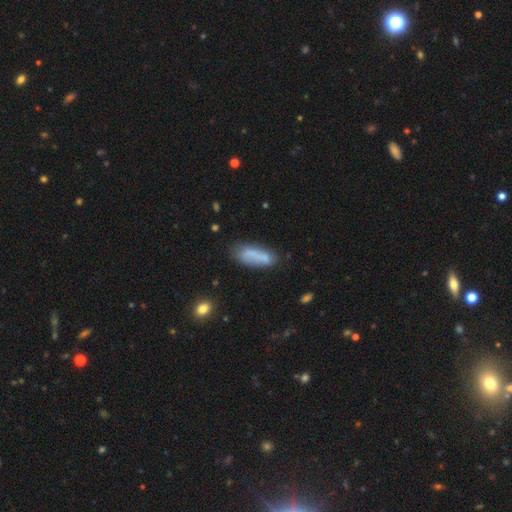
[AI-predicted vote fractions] smooth-or-featured: smooth: 69% | featured or disk: 23% | star or artifact: 9%
  how-rounded: in between: 59% | cigar-shaped: 39% | round: 2%
  merging: none: 57% | minor disturbance: 24% | merger: 10% | major disturbance: 9%